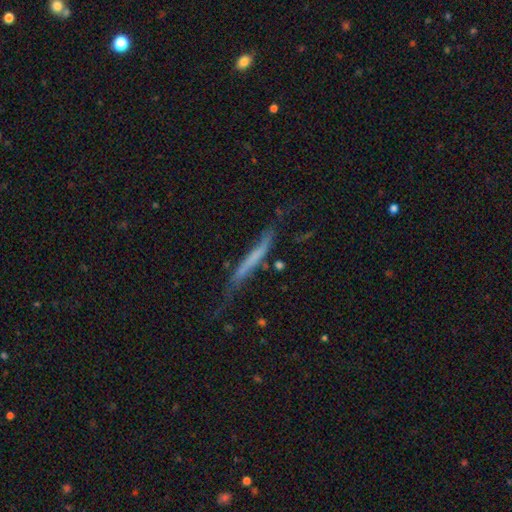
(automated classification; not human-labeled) A featured or disk galaxy (49%).

Vote fractions:
- Smooth or featured? featured or disk: 49% / smooth: 42% / star or artifact: 9%
- Merging? none: 55% / minor disturbance: 28% / major disturbance: 13% / merger: 4%